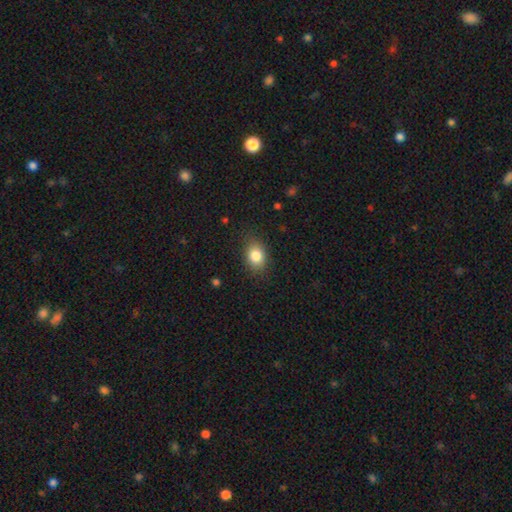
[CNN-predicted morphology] Smooth or featured?
  - smooth: 84% *
  - star or artifact: 9%
  - featured or disk: 7%
How rounded?
  - in between: 67% *
  - round: 32%
  - cigar-shaped: 1%
Merging?
  - none: 83% *
  - minor disturbance: 13%
  - major disturbance: 3%
  - merger: 1%